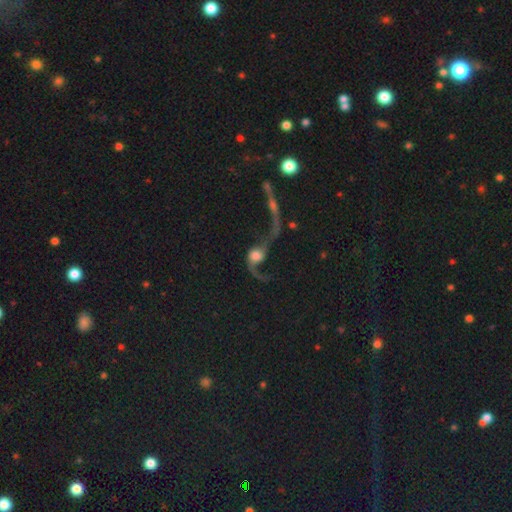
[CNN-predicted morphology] A featured or disk galaxy (70%) with no bar (70%), 2 (60%) loose (89%) spiral arms (83%) and a large central bulge (37%).

Vote fractions:
- Smooth or featured? featured or disk: 70% / smooth: 19% / star or artifact: 10%
- Edge-on disk? no: 94% / yes: 6%
- Bar? no: 70% / weak: 22% / strong: 8%
- Spiral arms? yes: 83% / no: 17%
- Spiral winding? loose: 89% / medium: 9% / tight: 2%
- Spiral arm count? 2: 60% / 1: 31% / can't tell: 4% / 3: 2% / 4: 2% / more than 4: 1%
- Bulge size? large: 37% / moderate: 34% / small: 11% / dominant: 11% / none: 8%
- Merging? merger: 38% / major disturbance: 34% / none: 19% / minor disturbance: 8%